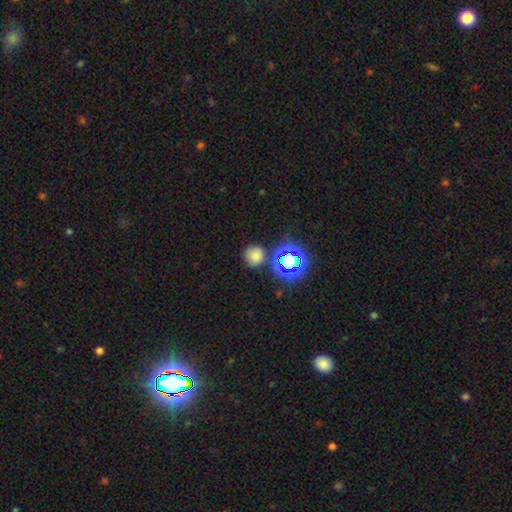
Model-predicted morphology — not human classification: A smooth galaxy with no disk features (71%) that is round (89%).

Vote fractions:
- Smooth or featured? smooth: 71% / star or artifact: 23% / featured or disk: 6%
- How rounded? round: 89% / in between: 10% / cigar-shaped: 1%
- Merging? none: 79% / minor disturbance: 10% / merger: 7% / major disturbance: 4%